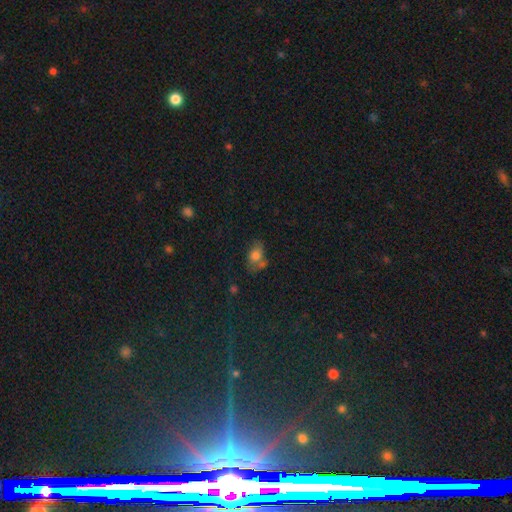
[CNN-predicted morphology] The model was most divided on "merging": none: 43%, minor disturbance: 23%, merger: 22%, major disturbance: 12%. More confident: how rounded — in between (77%); smooth or featured — smooth (68%).